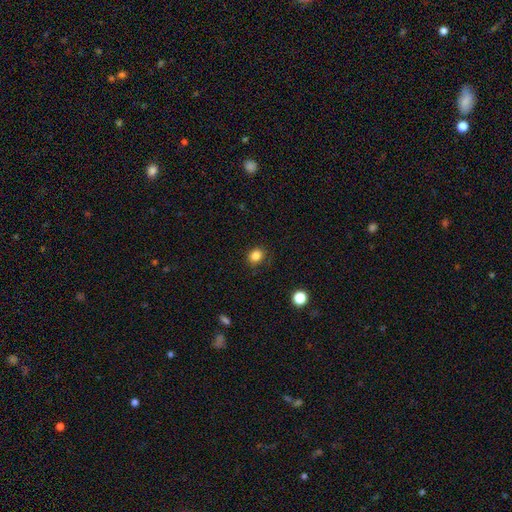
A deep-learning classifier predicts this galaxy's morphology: A smooth galaxy with no disk features (85%) that is round (69%).

Vote fractions:
- Smooth or featured? smooth: 85% / star or artifact: 11% / featured or disk: 4%
- How rounded? round: 69% / in between: 31% / cigar-shaped: 1%
- Merging? none: 86% / minor disturbance: 10% / major disturbance: 3% / merger: 1%